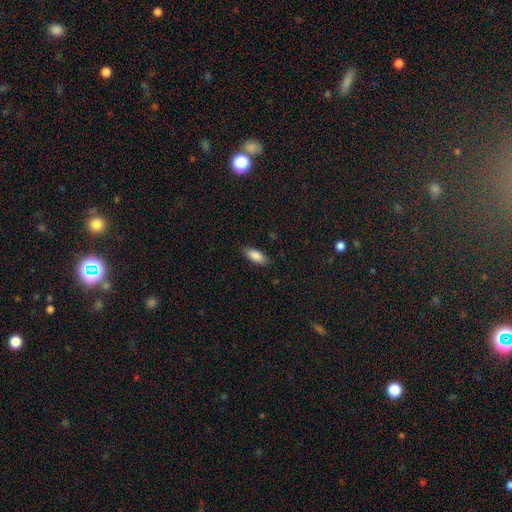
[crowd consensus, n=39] smooth-or-featured: smooth: 87% | star or artifact: 8% | featured or disk: 5%
  how-rounded: in between: 82% | cigar-shaped: 18% | round: 0%
  merging: none: 89% | minor disturbance: 8% | major disturbance: 3% | merger: 0%